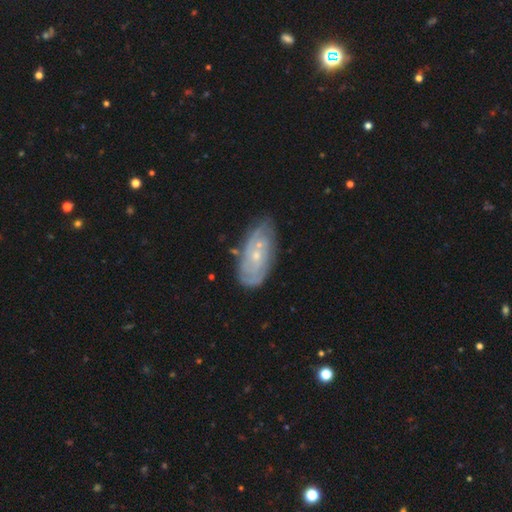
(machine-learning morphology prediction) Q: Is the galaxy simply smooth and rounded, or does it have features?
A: featured or disk — 75%.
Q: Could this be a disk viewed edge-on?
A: no — 93%.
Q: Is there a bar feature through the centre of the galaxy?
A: no — 73%.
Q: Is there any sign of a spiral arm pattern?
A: yes — 87%.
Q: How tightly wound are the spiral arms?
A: tight — 66%.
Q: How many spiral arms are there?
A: can't tell — 48%.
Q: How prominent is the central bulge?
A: small — 76%.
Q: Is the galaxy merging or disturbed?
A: none — 73%.